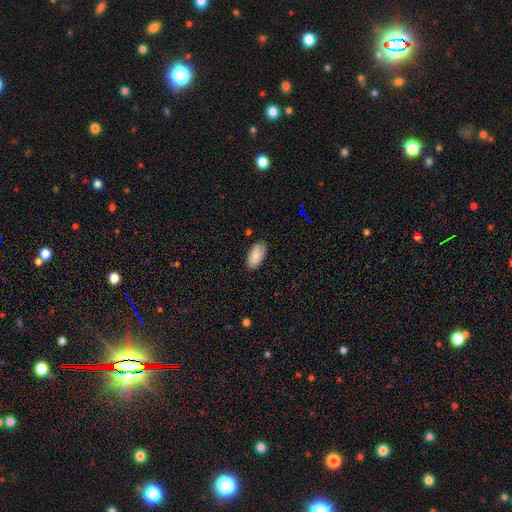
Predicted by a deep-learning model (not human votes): This is clearly a smooth galaxy (83%). How rounded: clearly in between (94%). Merging: likely none (79%).